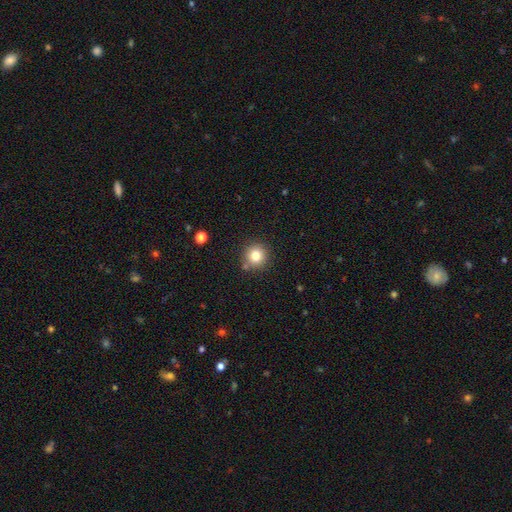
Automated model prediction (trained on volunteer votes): Smooth or featured?
  - smooth: 80% *
  - star or artifact: 12%
  - featured or disk: 8%
How rounded?
  - round: 94% *
  - in between: 5%
  - cigar-shaped: 1%
Merging?
  - none: 82% *
  - minor disturbance: 9%
  - merger: 7%
  - major disturbance: 3%